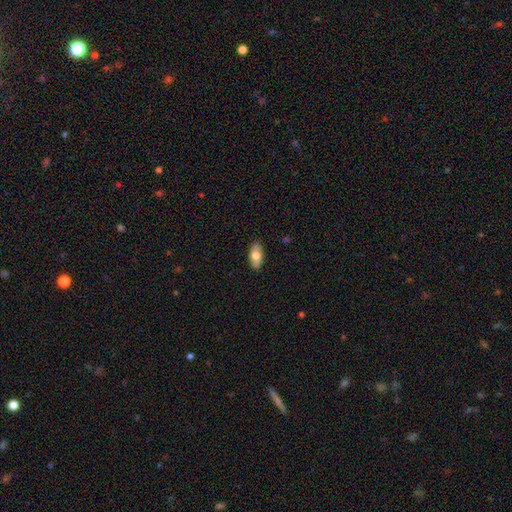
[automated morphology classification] Q: Smooth or featured?
A: smooth (75%); runner-up: featured or disk (18%)
Q: How rounded?
A: in between (92%); runner-up: cigar-shaped (5%)
Q: Merging?
A: none (88%); runner-up: minor disturbance (9%)